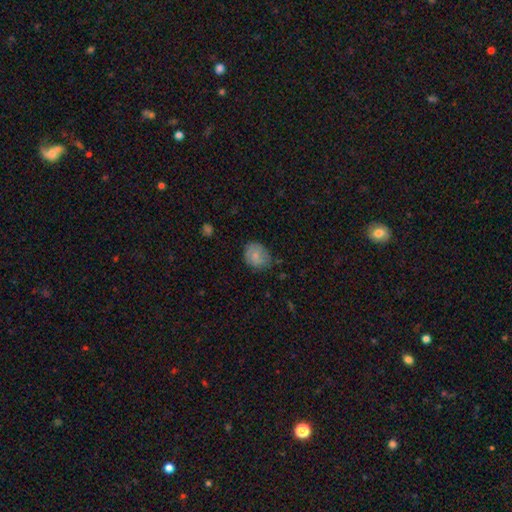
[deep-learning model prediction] This is likely a smooth galaxy (74%). How rounded: likely round (62%). Merging: likely none (69%).